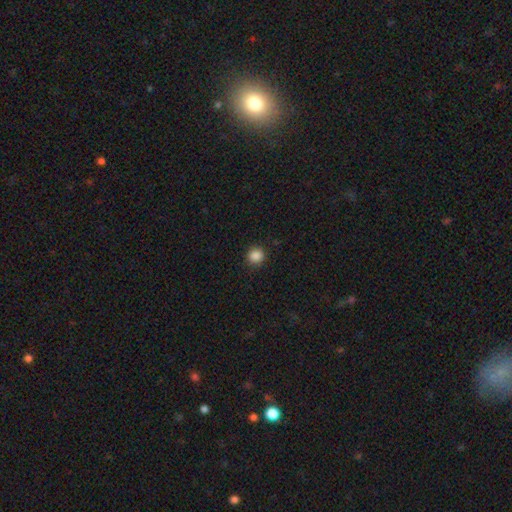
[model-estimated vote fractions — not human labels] Smooth or featured?
  - smooth: 87% *
  - star or artifact: 11%
  - featured or disk: 3%
How rounded?
  - round: 91% *
  - in between: 8%
  - cigar-shaped: 1%
Merging?
  - none: 90% *
  - minor disturbance: 7%
  - major disturbance: 2%
  - merger: 1%